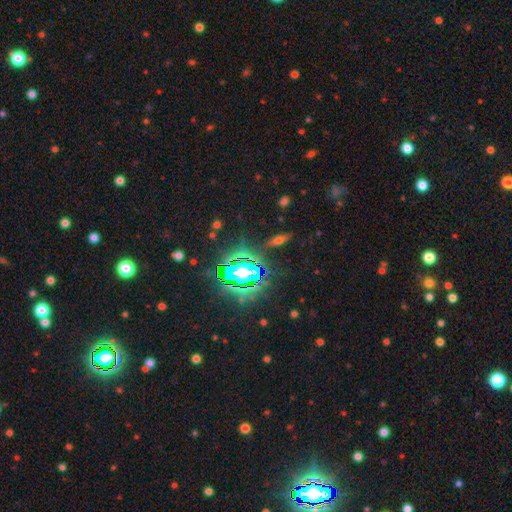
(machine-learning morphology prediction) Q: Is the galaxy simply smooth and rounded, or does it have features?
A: star or artifact — 83%.